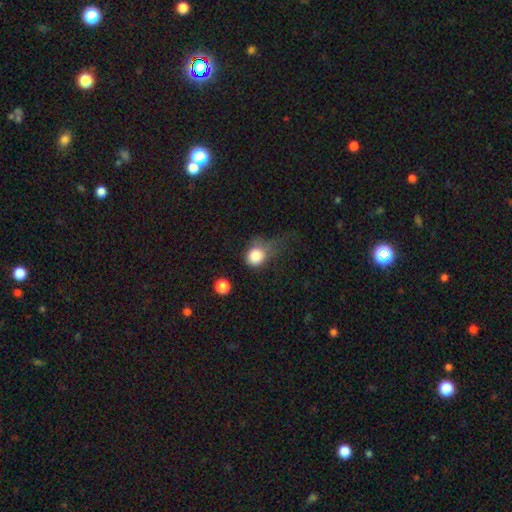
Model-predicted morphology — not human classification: Smooth or featured?
  - smooth: 83% *
  - star or artifact: 9%
  - featured or disk: 8%
How rounded?
  - round: 75% *
  - in between: 24%
  - cigar-shaped: 1%
Merging?
  - none: 34% *
  - minor disturbance: 31%
  - major disturbance: 30%
  - merger: 5%